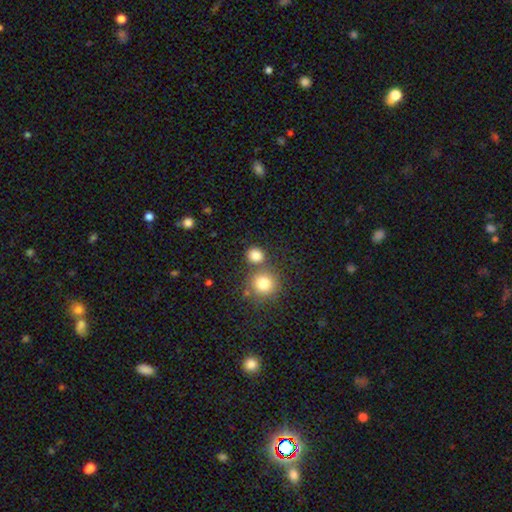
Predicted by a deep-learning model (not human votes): Smooth or featured: smooth — 82% (star or artifact — 12%)
How rounded: round — 84% (in between — 15%)
Merging: none — 65% (merger — 23%)